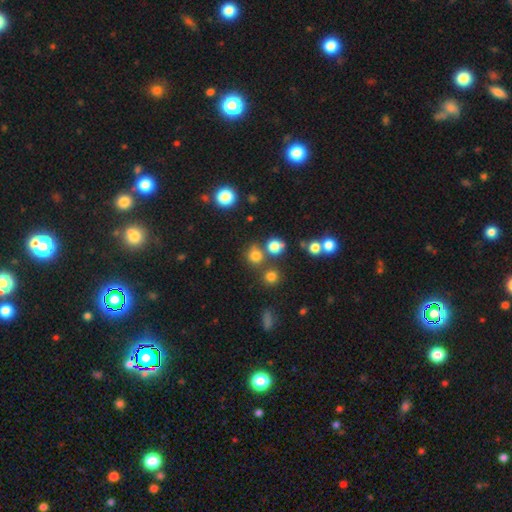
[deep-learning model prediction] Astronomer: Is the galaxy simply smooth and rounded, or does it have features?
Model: smooth — 74%.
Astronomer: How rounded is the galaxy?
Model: round — 86%.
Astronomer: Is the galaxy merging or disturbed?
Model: none — 67%.